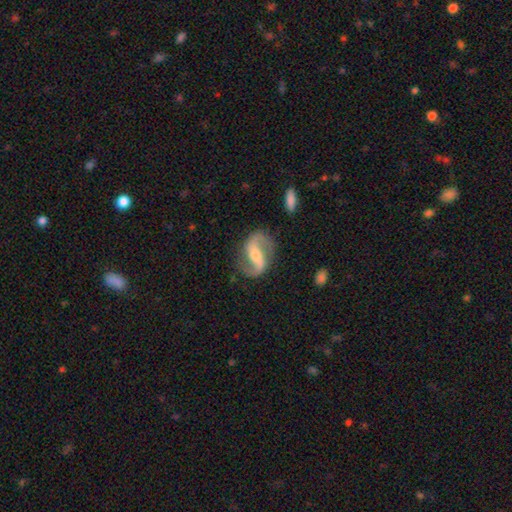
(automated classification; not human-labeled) Smooth or featured?
  - featured or disk: 90% *
  - smooth: 6%
  - star or artifact: 4%
Edge-on disk?
  - no: 98% *
  - yes: 2%
Bar?
  - strong: 41% *
  - weak: 37%
  - no: 22%
Spiral arms?
  - yes: 97% *
  - no: 3%
Spiral winding?
  - loose: 54% *
  - medium: 38%
  - tight: 8%
Spiral arm count?
  - 2: 94% *
  - 1: 2%
  - can't tell: 2%
  - 3: 1%
  - 4: 1%
  - more than 4: 1%
Bulge size?
  - moderate: 49% *
  - small: 41%
  - large: 4%
  - none: 4%
  - dominant: 1%
Merging?
  - none: 83% *
  - minor disturbance: 11%
  - major disturbance: 4%
  - merger: 2%